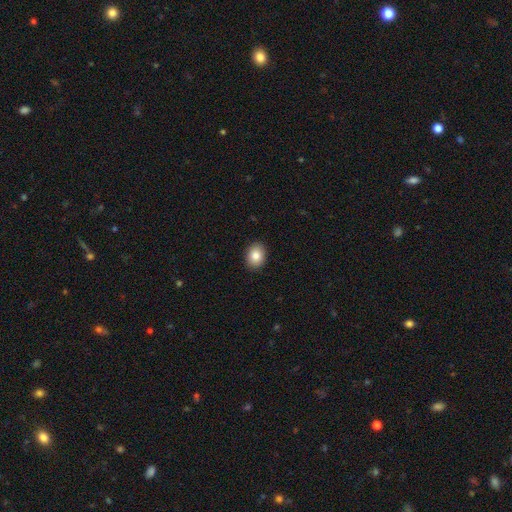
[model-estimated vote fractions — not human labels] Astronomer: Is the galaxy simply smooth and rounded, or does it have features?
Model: smooth — 85%.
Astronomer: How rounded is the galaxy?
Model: in between — 64%.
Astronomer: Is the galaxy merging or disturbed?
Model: none — 91%.